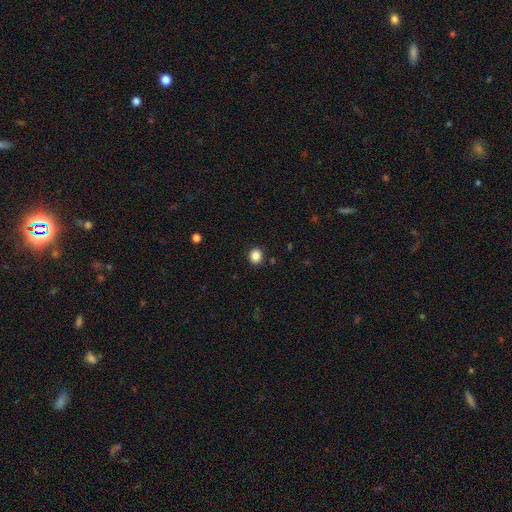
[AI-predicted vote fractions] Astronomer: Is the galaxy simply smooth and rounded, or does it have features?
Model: smooth — 86%.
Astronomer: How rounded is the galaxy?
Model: round — 87%.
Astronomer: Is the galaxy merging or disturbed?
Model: none — 91%.